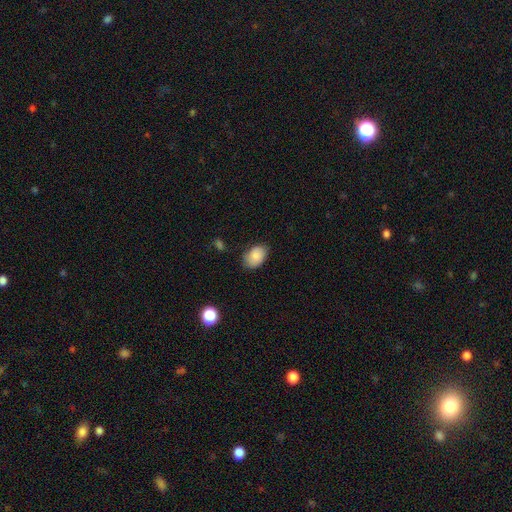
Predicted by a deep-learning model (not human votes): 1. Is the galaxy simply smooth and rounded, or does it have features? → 83% smooth, 9% featured or disk, 8% star or artifact.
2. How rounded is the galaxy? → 82% in between, 17% round, 1% cigar-shaped.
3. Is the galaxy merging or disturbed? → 74% none, 20% minor disturbance, 4% major disturbance, 2% merger.